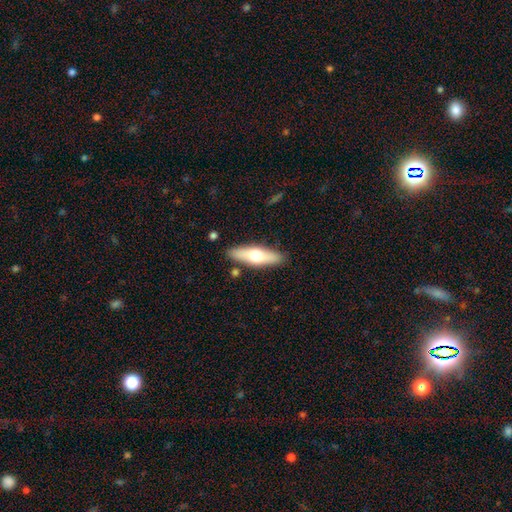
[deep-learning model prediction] Overall: smooth (54%; featured or disk 40%). How rounded: cigar-shaped (55%; in between 43%). Merging: none (86%).